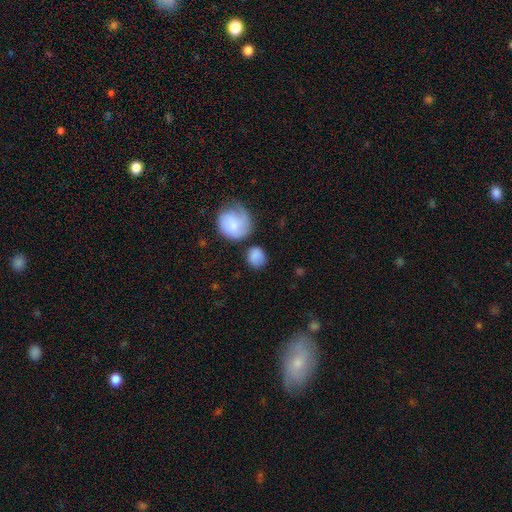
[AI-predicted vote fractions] smooth-or-featured: smooth: 85% | featured or disk: 8% | star or artifact: 7%
  how-rounded: round: 78% | in between: 21% | cigar-shaped: 1%
  merging: none: 67% | minor disturbance: 17% | merger: 9% | major disturbance: 7%